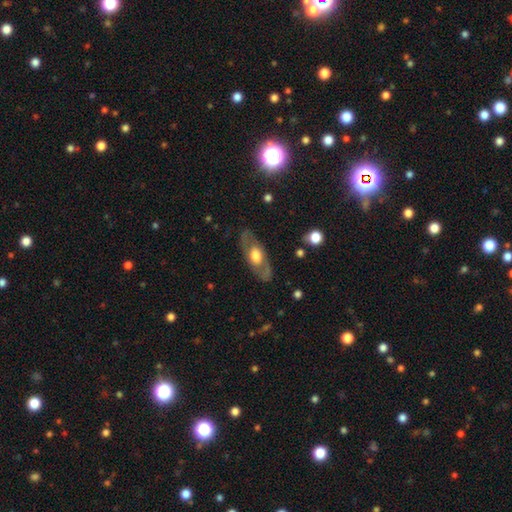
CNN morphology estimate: A featured or disk galaxy (55%). Merging: none (80%).